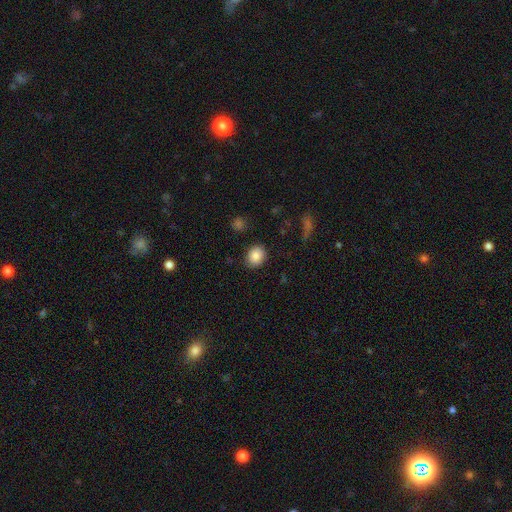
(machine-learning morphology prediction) type=smooth (86%); roundness=round (56%); merging=none (86%).